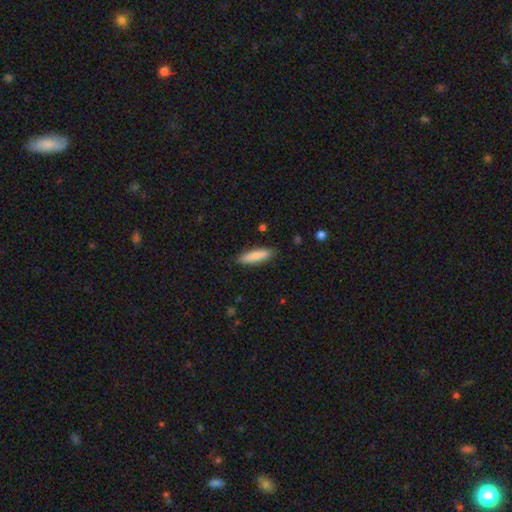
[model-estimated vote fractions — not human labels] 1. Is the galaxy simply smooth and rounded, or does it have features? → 84% smooth, 11% featured or disk, 6% star or artifact.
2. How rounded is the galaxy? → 73% cigar-shaped, 25% in between, 1% round.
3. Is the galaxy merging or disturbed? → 87% none, 10% minor disturbance, 2% major disturbance, 1% merger.